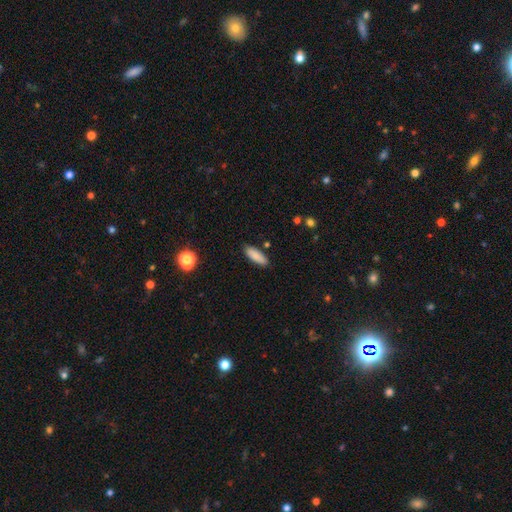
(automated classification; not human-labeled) Morphology: type=smooth (86%); roundness=in between (56%); merging=none (87%).